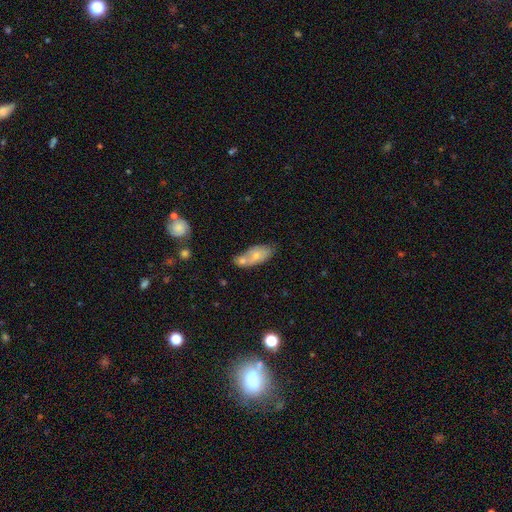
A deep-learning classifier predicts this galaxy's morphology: A smooth galaxy with no disk features (65%) that is in between round and cigar-shaped (85%). Merging: merger (44%).